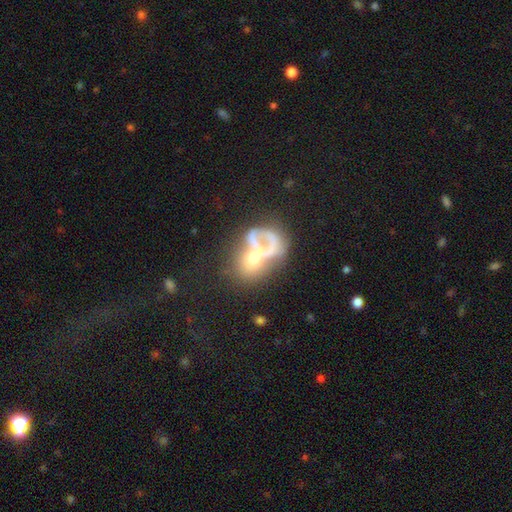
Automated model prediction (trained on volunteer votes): smooth_or_featured: featured or disk (p=0.51) [alt: smooth p=0.34]
disk_edge_on: no (p=0.95) [alt: yes p=0.05]
merging: merger (p=0.34) [alt: major disturbance p=0.33]